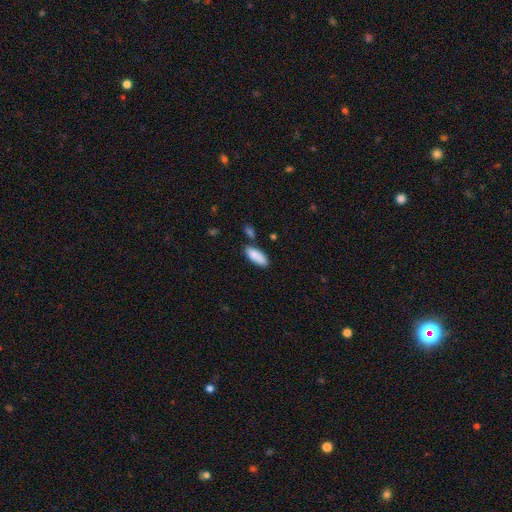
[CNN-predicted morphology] This is clearly a smooth galaxy (87%). How rounded: likely in between (80%). Merging: likely none (70%).